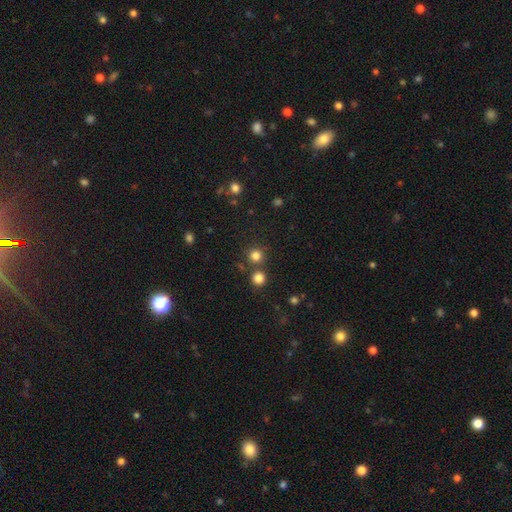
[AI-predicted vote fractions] This is likely a smooth galaxy (80%). How rounded: clearly round (94%). Merging: likely none (78%).